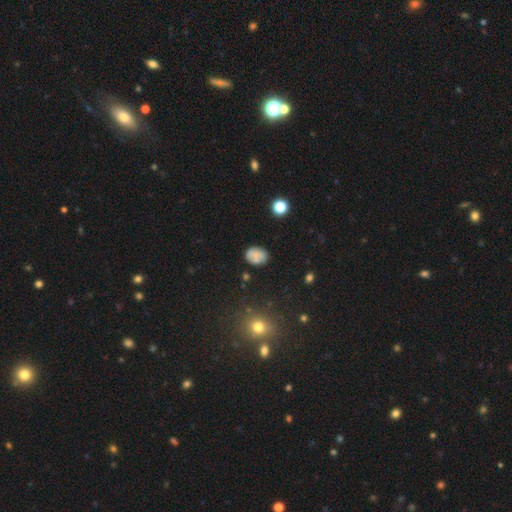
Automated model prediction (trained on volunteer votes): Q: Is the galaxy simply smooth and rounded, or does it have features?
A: smooth — 68%.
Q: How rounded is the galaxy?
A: in between — 68%.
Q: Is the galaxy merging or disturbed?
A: none — 64%.